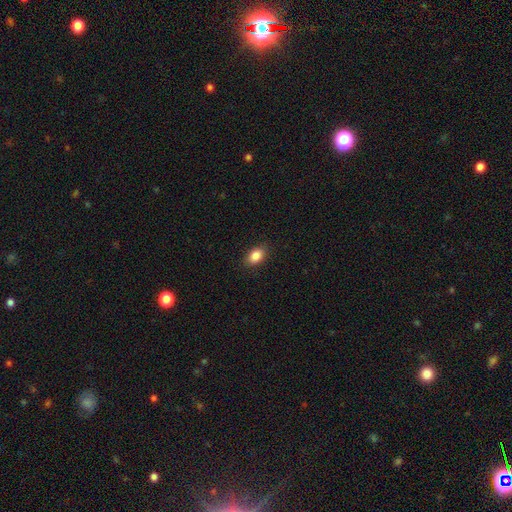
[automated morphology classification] type=smooth (86%); roundness=in between (86%); merging=none (88%).